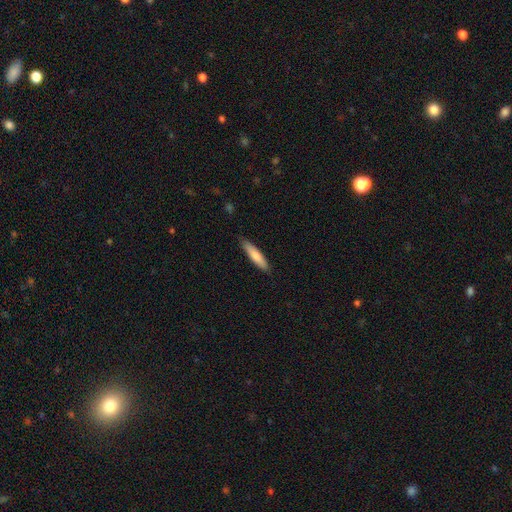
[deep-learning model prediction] A smooth galaxy with no disk features (77%) that is cigar-shaped (80%).

Vote fractions:
- Smooth or featured? smooth: 77% / featured or disk: 18% / star or artifact: 5%
- How rounded? cigar-shaped: 80% / in between: 18% / round: 1%
- Merging? none: 86% / minor disturbance: 11% / major disturbance: 2% / merger: 1%